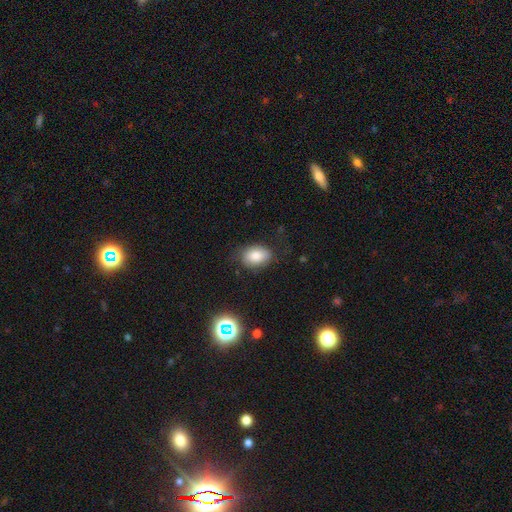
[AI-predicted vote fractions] smooth 80%, star or artifact 10%, featured or disk 10%. Down the decision tree: how rounded — in between (80%); merging — none (75%).